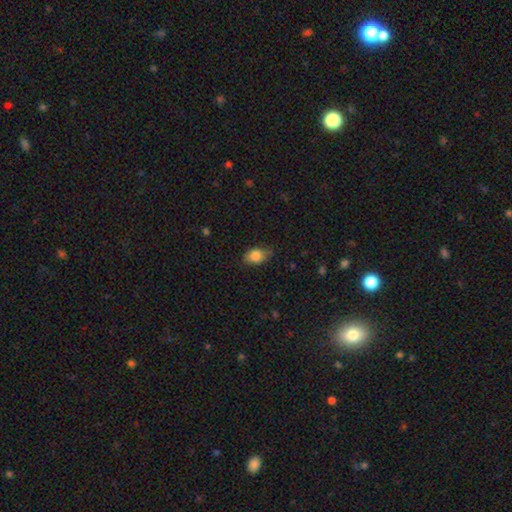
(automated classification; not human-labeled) This appears to be a smooth galaxy with no disk features (82%) that is in between round and cigar-shaped (80%). Merging: none (70%).